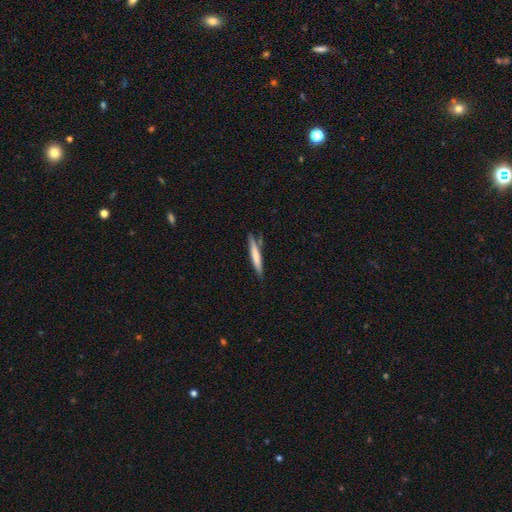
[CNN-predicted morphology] smooth 66%, featured or disk 28%, star or artifact 6%. Down the decision tree: how rounded — cigar-shaped (94%); merging — none (79%).